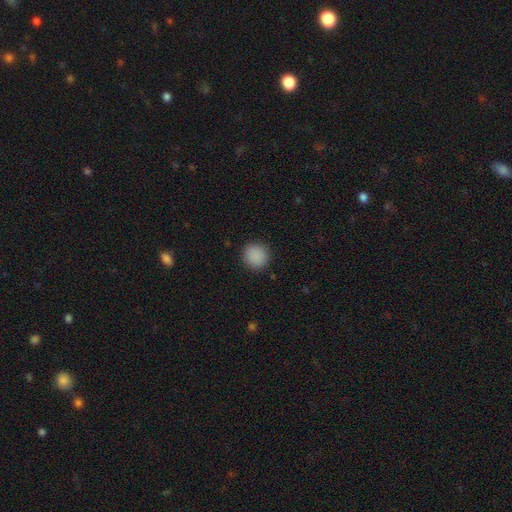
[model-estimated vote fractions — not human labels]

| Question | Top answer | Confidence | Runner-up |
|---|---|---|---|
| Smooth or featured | smooth | 89% | star or artifact (9%) |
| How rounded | round | 93% | in between (6%) |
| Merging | none | 91% | minor disturbance (6%) |